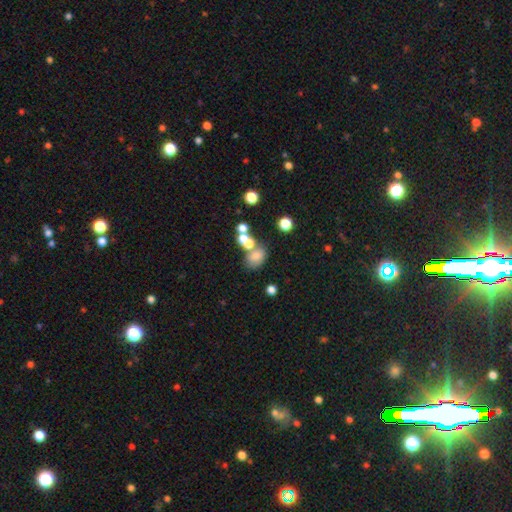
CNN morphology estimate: smooth_or_featured: smooth (p=0.66) [alt: featured or disk p=0.17]
how_rounded: in between (p=0.65) [alt: round p=0.33]
merging: merger (p=0.40) [alt: none p=0.36]